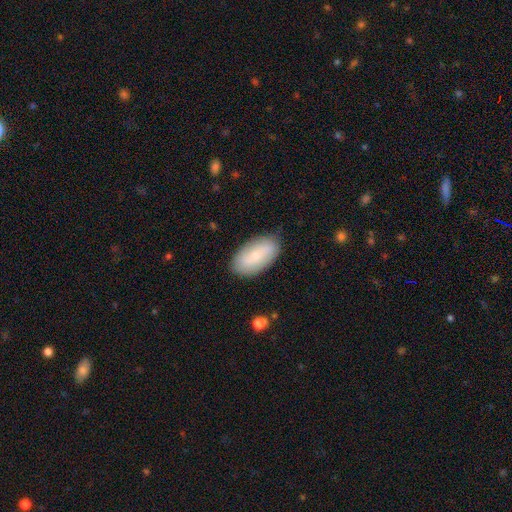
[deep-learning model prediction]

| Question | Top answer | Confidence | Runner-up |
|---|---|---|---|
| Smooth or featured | smooth | 65% | featured or disk (29%) |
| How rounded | in between | 94% | round (3%) |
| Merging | none | 84% | minor disturbance (12%) |